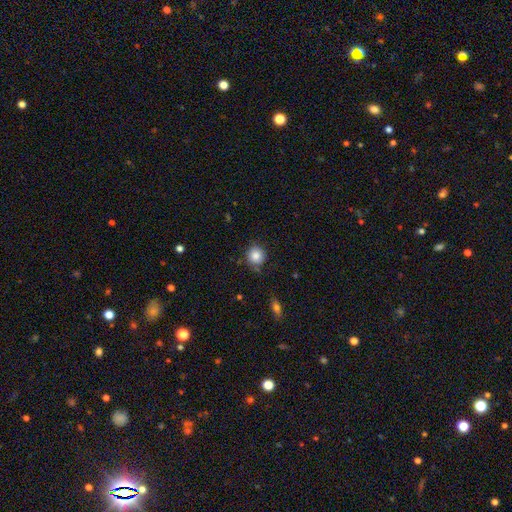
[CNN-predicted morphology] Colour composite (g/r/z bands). It shows a smooth galaxy with no disk features (84%) that is round (91%). Merging: none (81%).